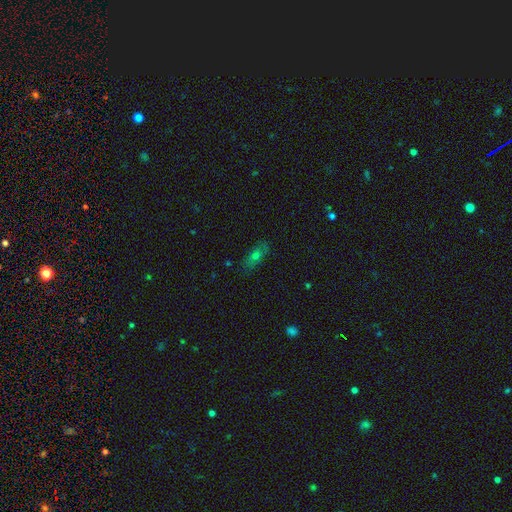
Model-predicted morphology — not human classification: smooth_or_featured: smooth (p=0.60) [alt: featured or disk p=0.28]
how_rounded: in between (p=0.70) [alt: cigar-shaped p=0.24]
merging: none (p=0.78) [alt: minor disturbance p=0.16]